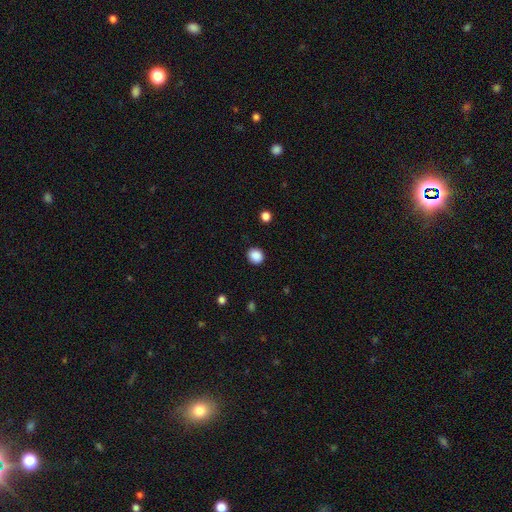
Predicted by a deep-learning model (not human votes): This appears to be a smooth galaxy with no disk features (88%) that is round (83%). Merging: none (90%).